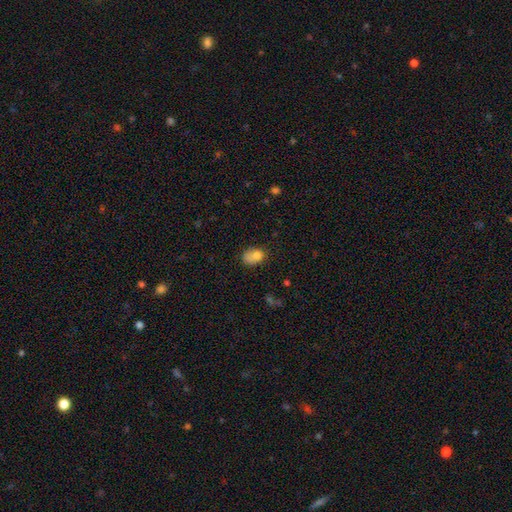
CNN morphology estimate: smooth_or_featured: smooth (p=0.77) [alt: featured or disk p=0.13]
how_rounded: in between (p=0.69) [alt: round p=0.30]
merging: none (p=0.41) [alt: minor disturbance p=0.27]